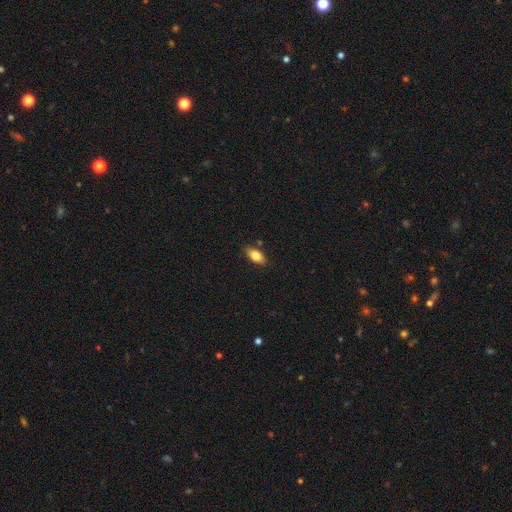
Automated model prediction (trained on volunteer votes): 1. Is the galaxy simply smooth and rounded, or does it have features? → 80% smooth, 12% featured or disk, 7% star or artifact.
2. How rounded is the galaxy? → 88% in between, 8% cigar-shaped, 4% round.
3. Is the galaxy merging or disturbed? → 83% none, 12% minor disturbance, 2% major disturbance, 2% merger.